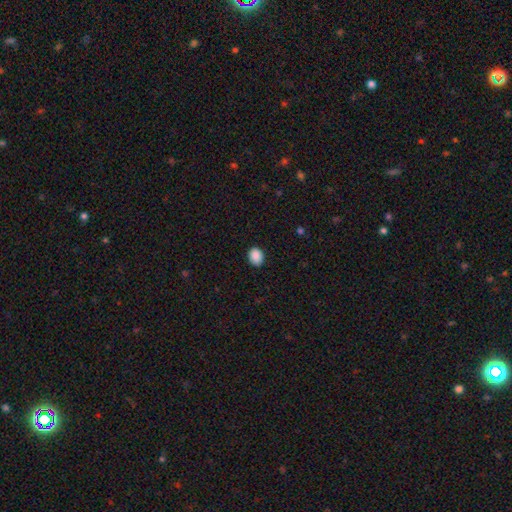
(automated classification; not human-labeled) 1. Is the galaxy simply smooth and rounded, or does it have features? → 89% smooth, 8% star or artifact, 2% featured or disk.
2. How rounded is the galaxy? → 58% in between, 41% round, 1% cigar-shaped.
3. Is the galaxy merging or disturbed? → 88% none, 9% minor disturbance, 2% major disturbance, 1% merger.